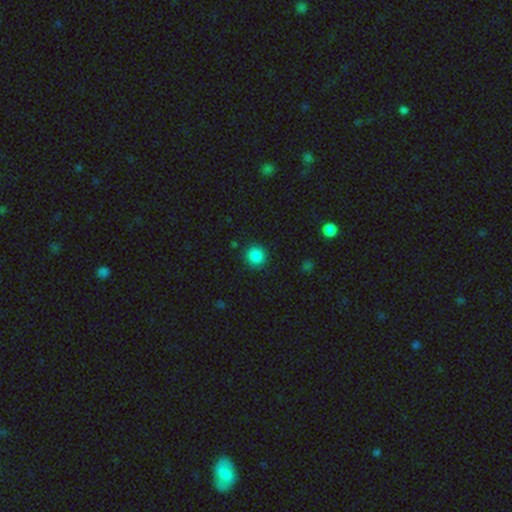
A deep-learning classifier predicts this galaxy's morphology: A smooth galaxy with no disk features (86%) that is round (93%). Merging: none (90%).